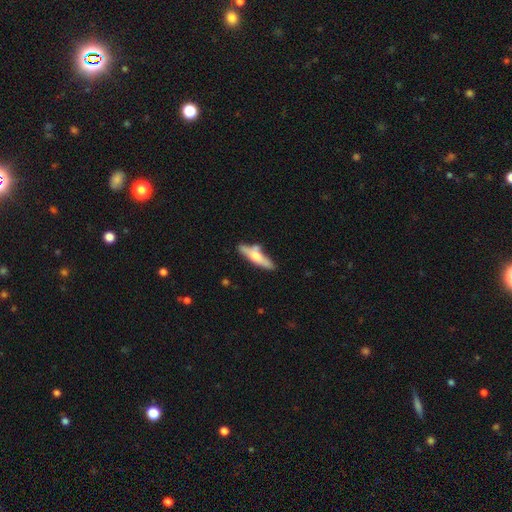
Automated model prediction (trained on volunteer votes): Smooth or featured: smooth — 48% (featured or disk — 46%)
Merging: none — 61% (minor disturbance — 19%)